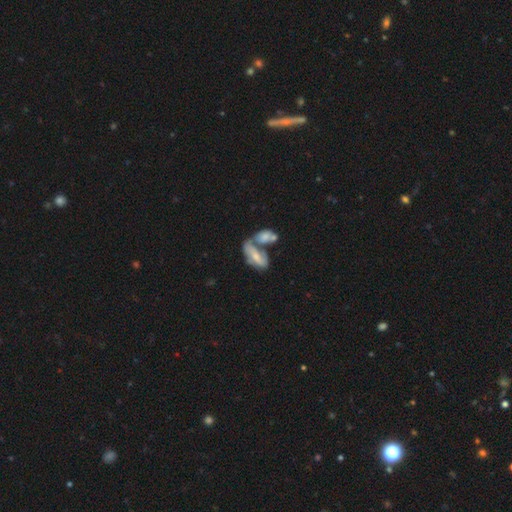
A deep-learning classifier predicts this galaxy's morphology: Q: Smooth or featured?
A: smooth (50%); runner-up: featured or disk (42%)
Q: How rounded?
A: in between (85%); runner-up: cigar-shaped (11%)
Q: Merging?
A: merger (59%); runner-up: none (21%)